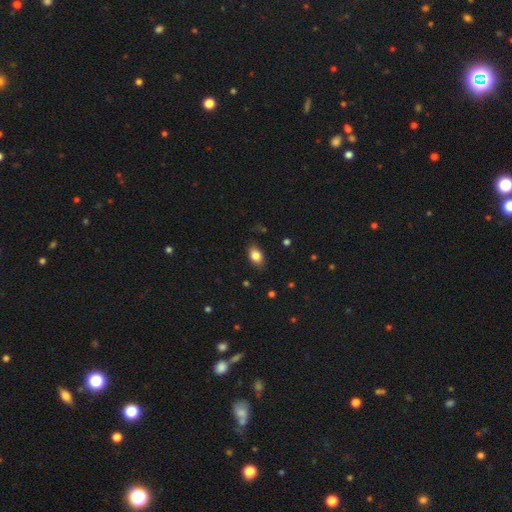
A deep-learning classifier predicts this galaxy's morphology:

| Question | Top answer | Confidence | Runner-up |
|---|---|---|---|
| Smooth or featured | smooth | 83% | star or artifact (9%) |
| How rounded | in between | 86% | round (13%) |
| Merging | none | 82% | minor disturbance (14%) |